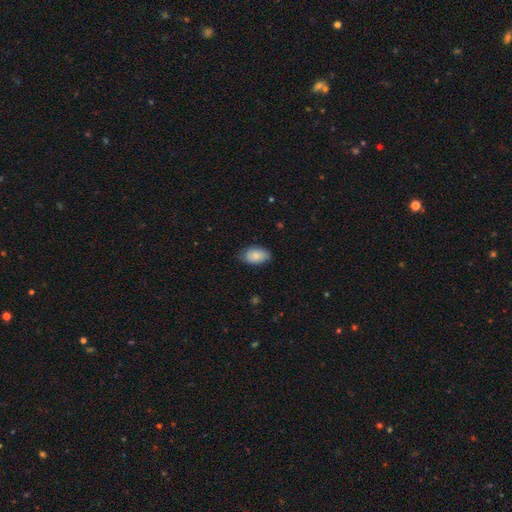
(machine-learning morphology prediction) Smooth or featured? Predicted: smooth (p=0.80). How rounded? Predicted: in between (p=0.91). Merging? Predicted: none (p=0.75).